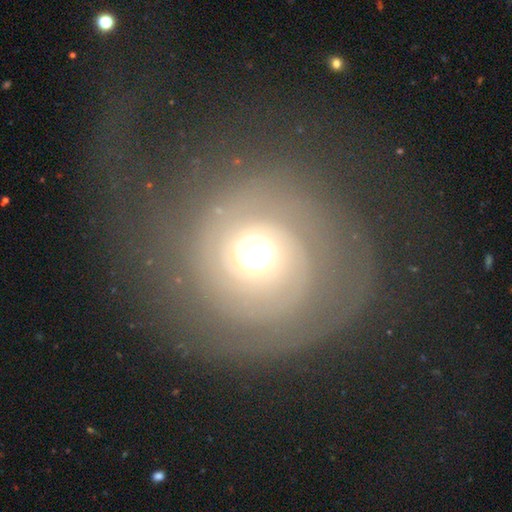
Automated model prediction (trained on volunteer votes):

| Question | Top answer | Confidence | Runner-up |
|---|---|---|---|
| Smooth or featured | featured or disk | 75% | smooth (17%) |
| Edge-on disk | no | 97% | yes (3%) |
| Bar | no | 82% | weak (14%) |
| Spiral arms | yes | 86% | no (14%) |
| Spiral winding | tight | 72% | medium (19%) |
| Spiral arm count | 2 | 41% | can't tell (26%) |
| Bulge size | moderate | 64% | large (18%) |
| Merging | none | 70% | major disturbance (16%) |